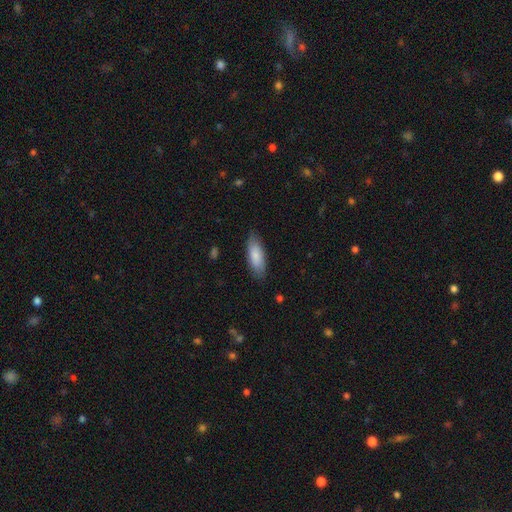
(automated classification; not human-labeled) smooth 85%, featured or disk 10%, star or artifact 5%. Down the decision tree: how rounded — in between (71%); merging — none (83%).